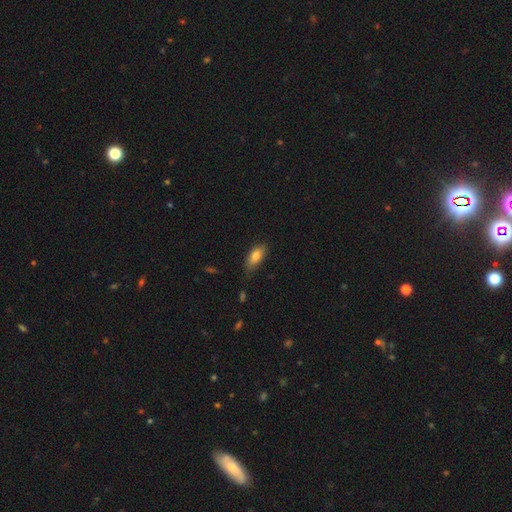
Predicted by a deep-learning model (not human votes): Smooth or featured? smooth (83%)
How rounded? in between (86%)
Merging? none (67%)